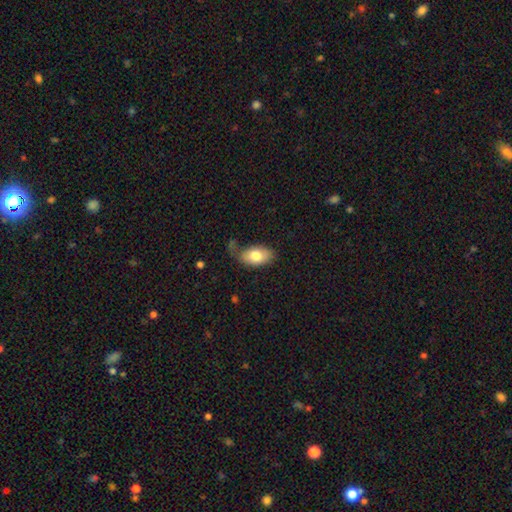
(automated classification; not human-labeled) smooth 77%, featured or disk 17%, star or artifact 7%. Down the decision tree: how rounded — in between (92%); merging — none (54%).